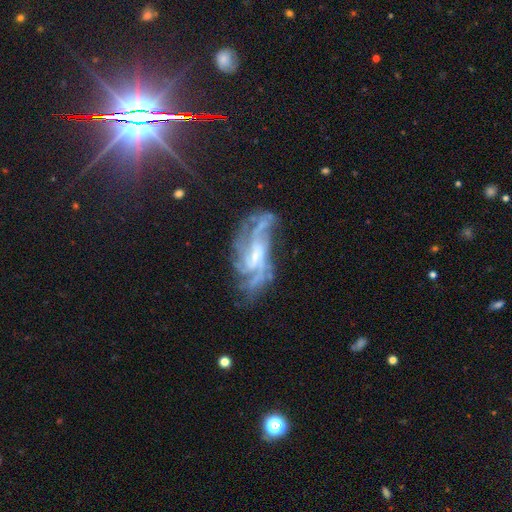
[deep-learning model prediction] A featured or disk galaxy (85%) with no bar (48%), 4 (25%) medium (44%) spiral arms (95%) and a small central bulge (66%). Merging: none (58%).